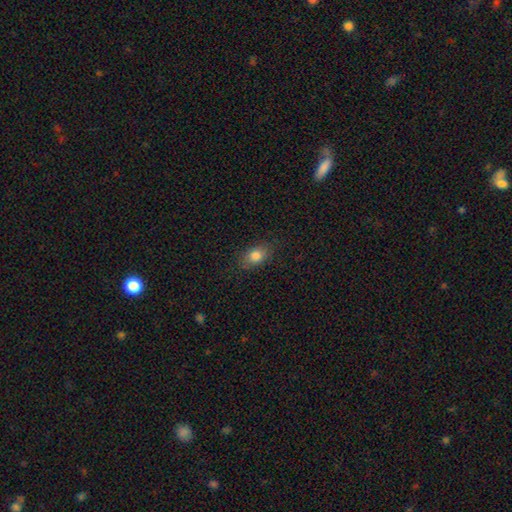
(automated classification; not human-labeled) smooth 82%, star or artifact 9%, featured or disk 9%. Down the decision tree: how rounded — in between (78%); merging — none (81%).